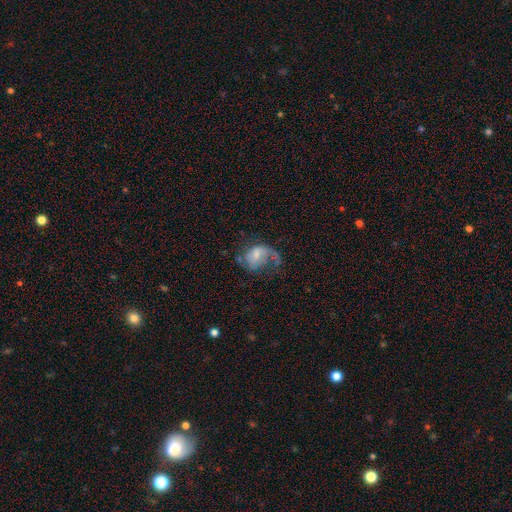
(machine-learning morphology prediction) Smooth or featured? Predicted: featured or disk (p=0.64). Edge-on disk? Predicted: no (p=0.97). Bar? Predicted: no (p=0.60). Spiral arms? Predicted: yes (p=0.83). Spiral winding? Predicted: loose (p=0.52). Spiral arm count? Predicted: 1 (p=0.56). Bulge size? Predicted: small (p=0.41). Merging? Predicted: major disturbance (p=0.41).